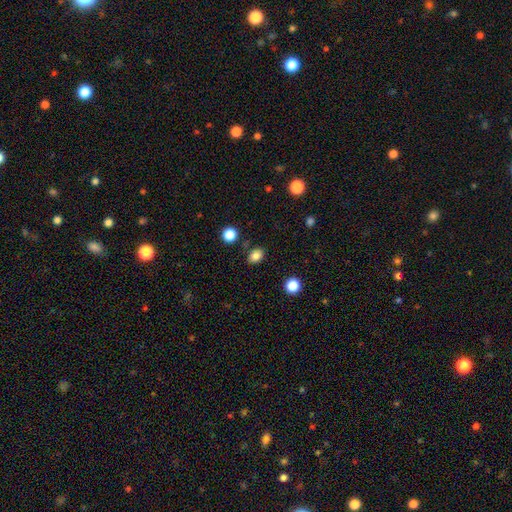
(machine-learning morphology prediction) Smooth or featured?
  - smooth: 84% *
  - star or artifact: 11%
  - featured or disk: 5%
How rounded?
  - in between: 68% *
  - round: 31%
  - cigar-shaped: 1%
Merging?
  - none: 83% *
  - minor disturbance: 11%
  - merger: 4%
  - major disturbance: 3%